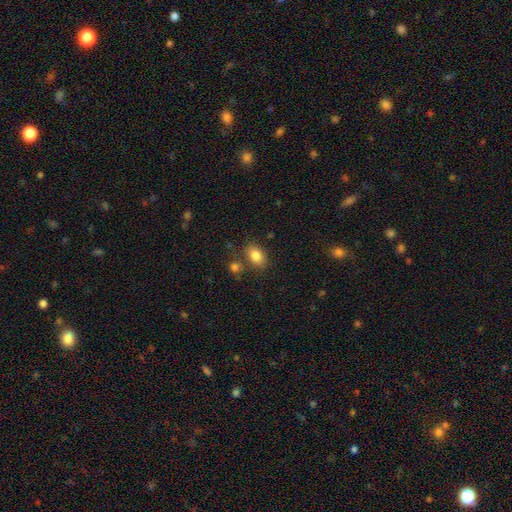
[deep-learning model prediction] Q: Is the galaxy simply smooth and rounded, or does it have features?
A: smooth — 84%.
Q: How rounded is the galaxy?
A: in between — 82%.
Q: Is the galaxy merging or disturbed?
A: none — 72%.